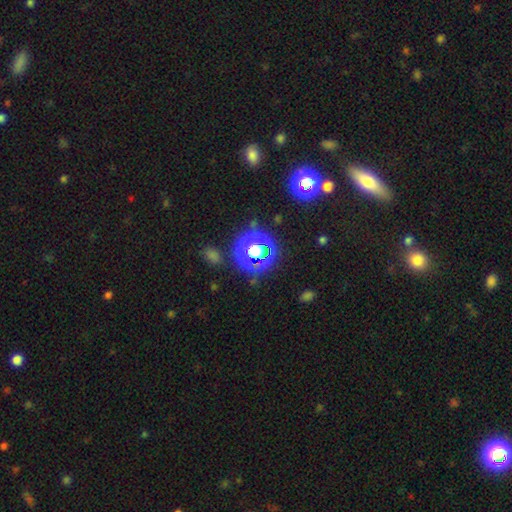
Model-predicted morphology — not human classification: Smooth or featured? Predicted: star or artifact (p=0.64).